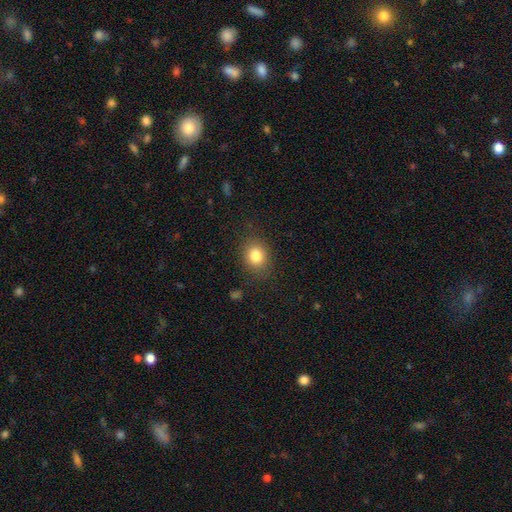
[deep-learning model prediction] This is clearly a smooth galaxy (82%). How rounded: possibly round (59%). Merging: clearly none (84%).